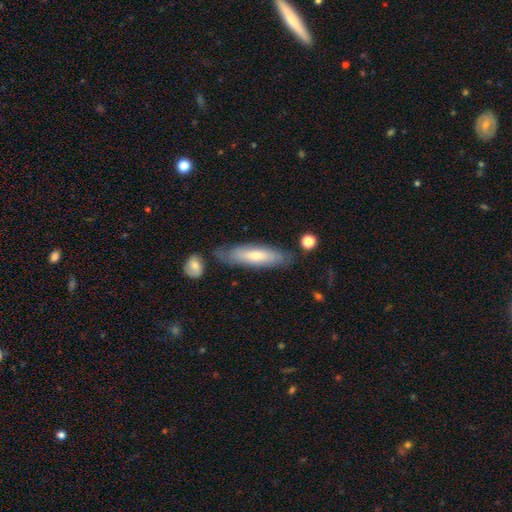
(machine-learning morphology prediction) smooth 61%, featured or disk 33%, star or artifact 6%. Down the decision tree: how rounded — cigar-shaped (66%); merging — none (74%).